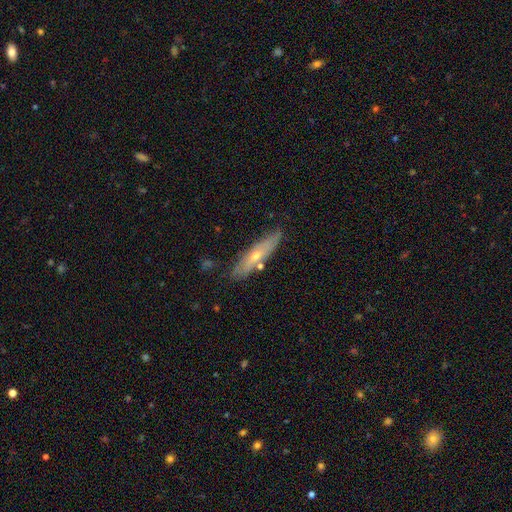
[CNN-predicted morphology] smooth-or-featured: featured or disk: 52% | smooth: 41% | star or artifact: 7%
  disk-edge-on: yes: 66% | no: 34%
  merging: none: 76% | minor disturbance: 15% | merger: 5% | major disturbance: 3%